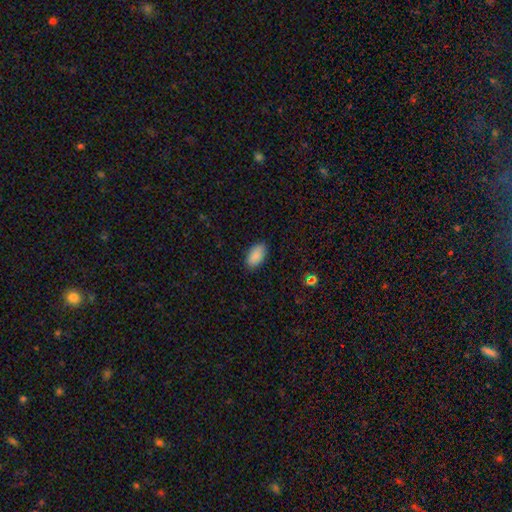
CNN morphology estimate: A smooth galaxy with no disk features (89%) that is in between round and cigar-shaped (94%).

Vote fractions:
- Smooth or featured? smooth: 89% / star or artifact: 7% / featured or disk: 4%
- How rounded? in between: 94% / round: 4% / cigar-shaped: 2%
- Merging? none: 86% / minor disturbance: 10% / major disturbance: 2% / merger: 1%